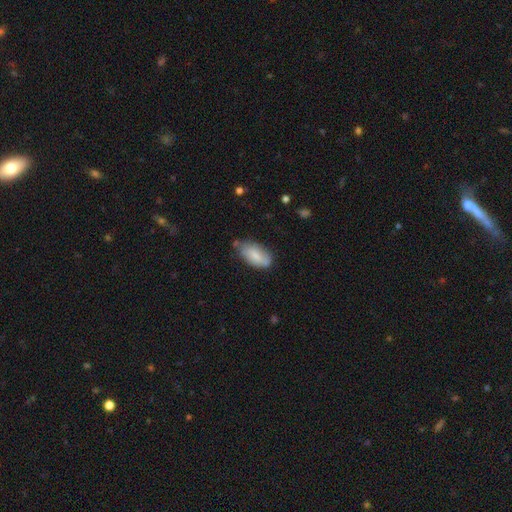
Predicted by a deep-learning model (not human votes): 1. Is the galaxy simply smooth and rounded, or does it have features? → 75% smooth, 19% featured or disk, 6% star or artifact.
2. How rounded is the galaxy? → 92% in between, 5% cigar-shaped, 3% round.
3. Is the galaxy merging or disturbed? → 61% none, 28% minor disturbance, 6% merger, 5% major disturbance.